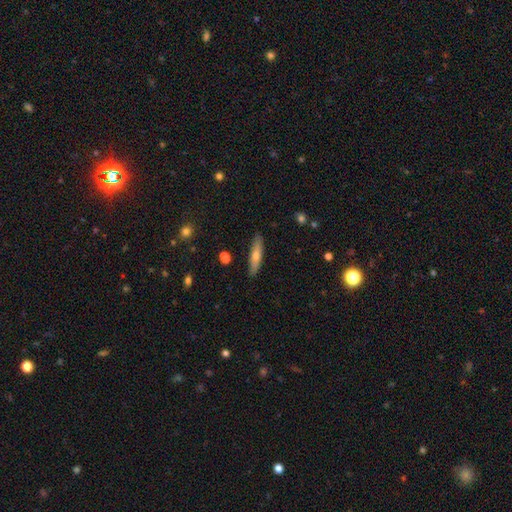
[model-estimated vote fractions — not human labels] Smooth or featured?
  - smooth: 57% *
  - featured or disk: 36%
  - star or artifact: 7%
How rounded?
  - cigar-shaped: 84% *
  - in between: 14%
  - round: 2%
Merging?
  - none: 89% *
  - minor disturbance: 8%
  - major disturbance: 2%
  - merger: 1%